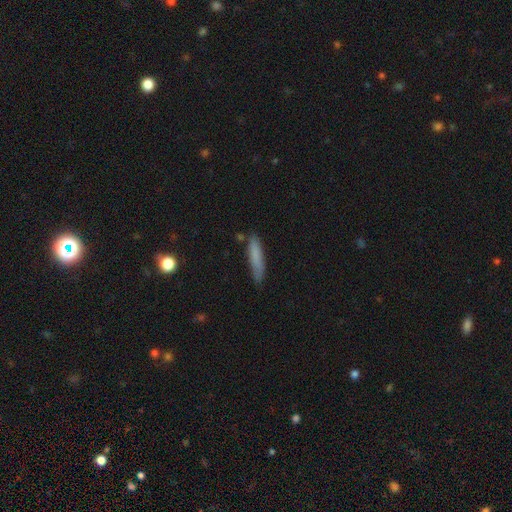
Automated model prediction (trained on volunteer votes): smooth_or_featured: smooth (p=0.78) [alt: featured or disk p=0.14]
how_rounded: cigar-shaped (p=0.87) [alt: in between p=0.12]
merging: none (p=0.78) [alt: minor disturbance p=0.17]